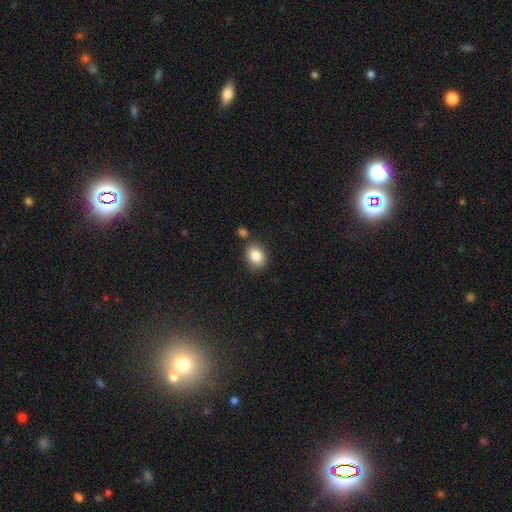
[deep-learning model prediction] A smooth galaxy with no disk features (85%) that is in between round and cigar-shaped (56%).

Vote fractions:
- Smooth or featured? smooth: 85% / star or artifact: 9% / featured or disk: 7%
- How rounded? in between: 56% / round: 43% / cigar-shaped: 1%
- Merging? none: 75% / minor disturbance: 13% / merger: 9% / major disturbance: 3%